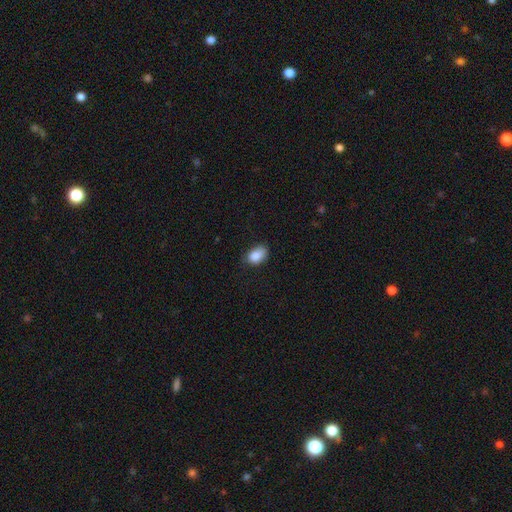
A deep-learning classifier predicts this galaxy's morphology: Smooth or featured? Predicted: smooth (p=0.86). How rounded? Predicted: in between (p=0.83). Merging? Predicted: none (p=0.69).